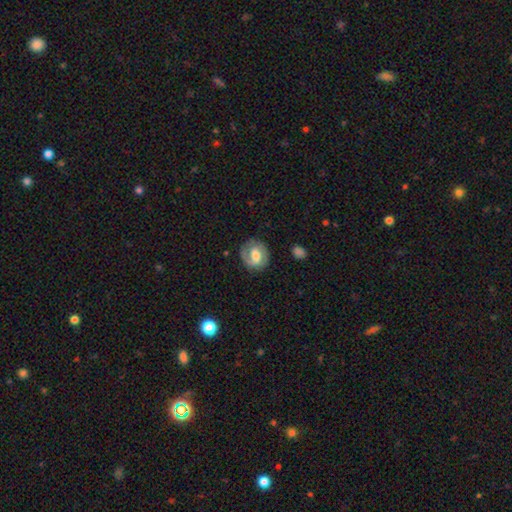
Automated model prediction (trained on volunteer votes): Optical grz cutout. It shows a featured or disk galaxy (67%) with a weak bar (50%), 2 (70%) medium (42%) spiral arms (87%) and a moderate central bulge (57%). Merging: none (76%).